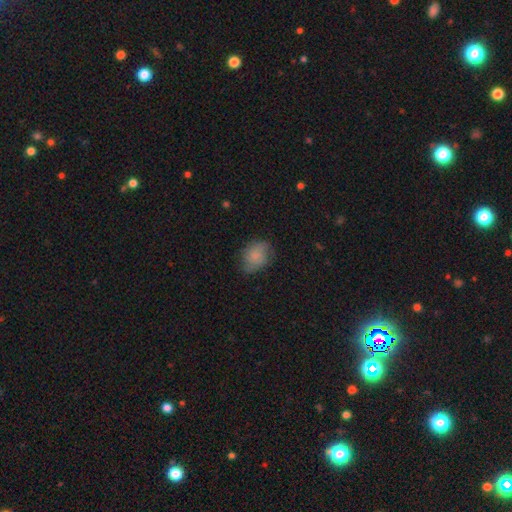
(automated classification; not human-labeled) This appears to be a smooth galaxy with no disk features (79%) that is in between round and cigar-shaped (62%). Merging: none (71%).